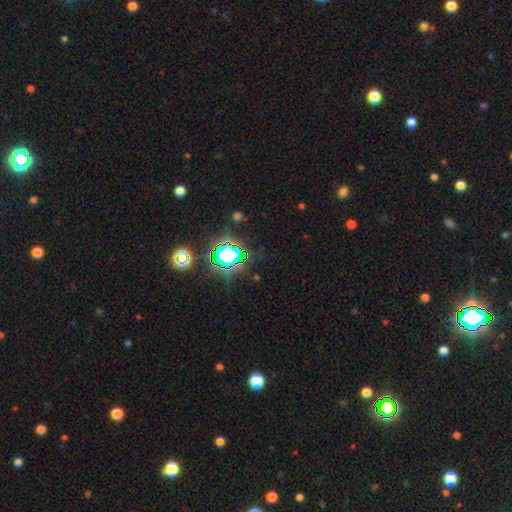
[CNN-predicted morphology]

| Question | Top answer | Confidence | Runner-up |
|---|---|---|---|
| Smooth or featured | star or artifact | 78% | smooth (14%) |